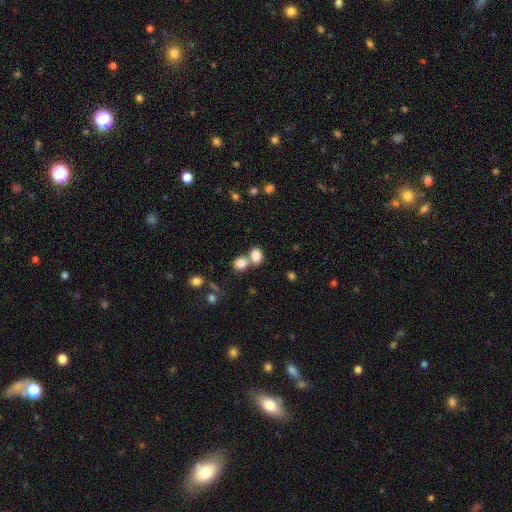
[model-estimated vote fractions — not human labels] Smooth or featured?
  - smooth: 83% *
  - star or artifact: 10%
  - featured or disk: 7%
How rounded?
  - in between: 65% *
  - round: 34%
  - cigar-shaped: 1%
Merging?
  - merger: 48% *
  - none: 40%
  - minor disturbance: 9%
  - major disturbance: 4%